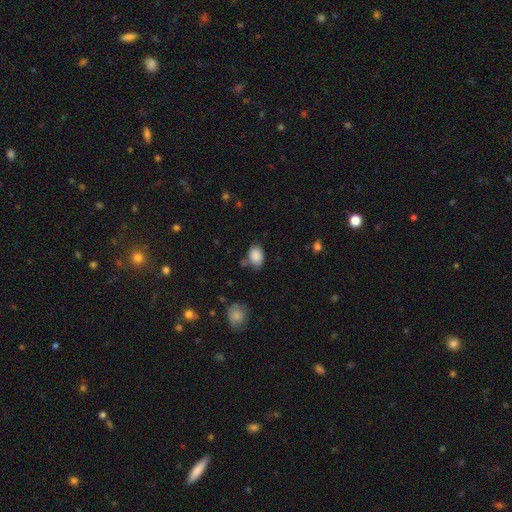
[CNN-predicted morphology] The model was most divided on "merging": none: 61%, minor disturbance: 25%, merger: 7%, major disturbance: 7%. More confident: smooth or featured — smooth (87%); how rounded — in between (75%).